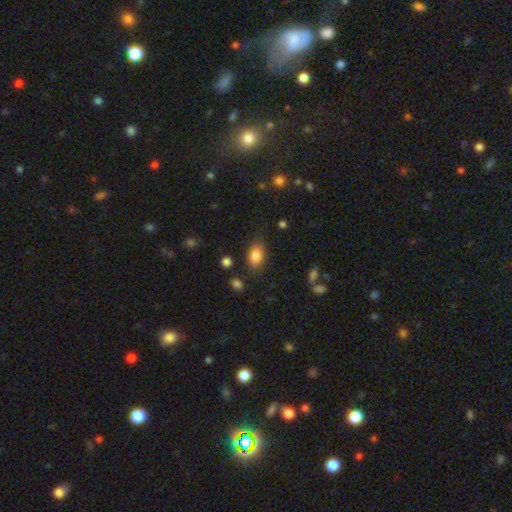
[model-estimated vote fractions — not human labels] Smooth or featured? smooth (84%)
How rounded? in between (87%)
Merging? none (78%)